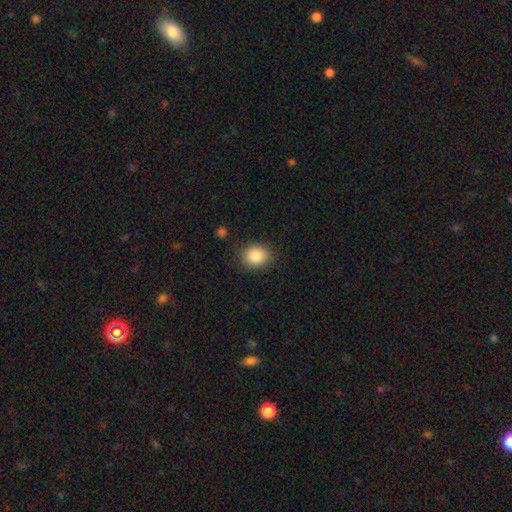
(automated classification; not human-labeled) Smooth or featured? smooth (86%)
How rounded? round (53%)
Merging? none (85%)